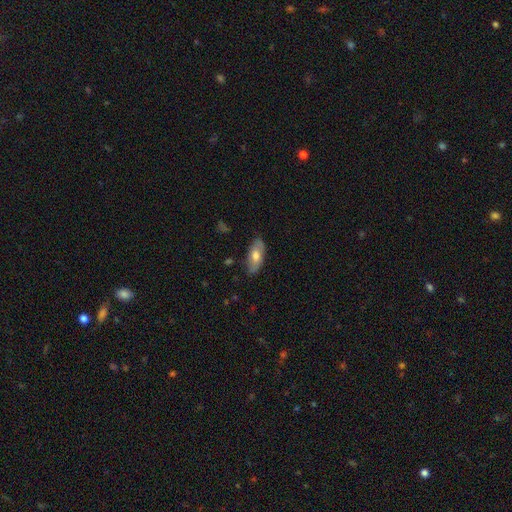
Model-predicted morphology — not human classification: Smooth or featured: smooth — 67% (featured or disk — 27%)
How rounded: in between — 86% (cigar-shaped — 12%)
Merging: none — 83% (minor disturbance — 13%)